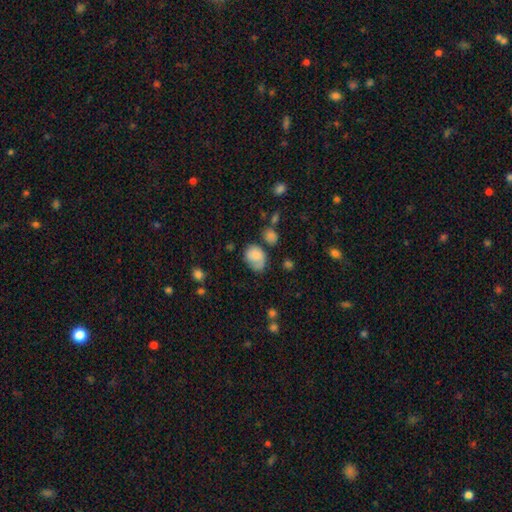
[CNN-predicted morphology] smooth_or_featured: smooth (p=0.74) [alt: featured or disk p=0.17]
how_rounded: in between (p=0.60) [alt: round p=0.39]
merging: none (p=0.44) [alt: minor disturbance p=0.34]